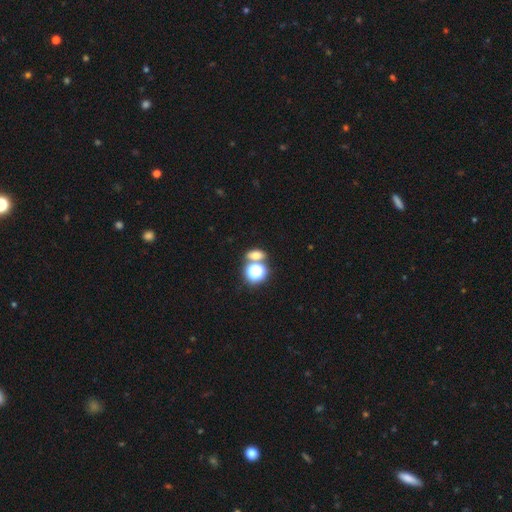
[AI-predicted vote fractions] Smooth or featured? smooth (62%)
How rounded? in between (59%)
Merging? none (64%)